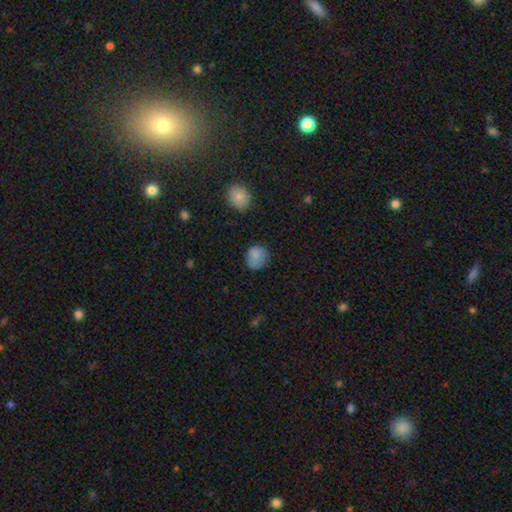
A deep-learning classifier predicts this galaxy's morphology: Smooth or featured: smooth — 81% (featured or disk — 10%)
How rounded: round — 72% (in between — 27%)
Merging: none — 69% (minor disturbance — 23%)